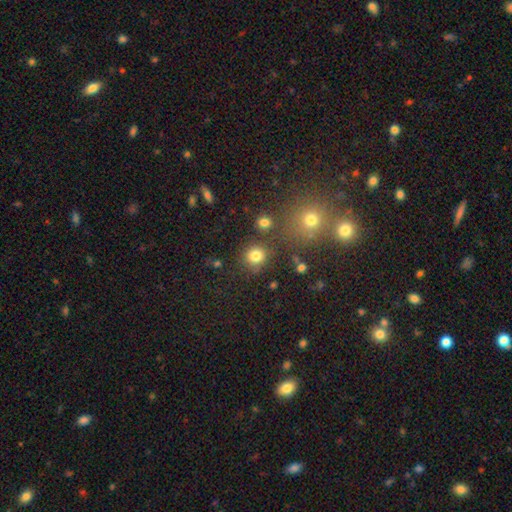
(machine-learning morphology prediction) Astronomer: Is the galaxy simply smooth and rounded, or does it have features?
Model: smooth — 79%.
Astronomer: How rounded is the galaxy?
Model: round — 88%.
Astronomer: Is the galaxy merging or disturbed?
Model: none — 79%.